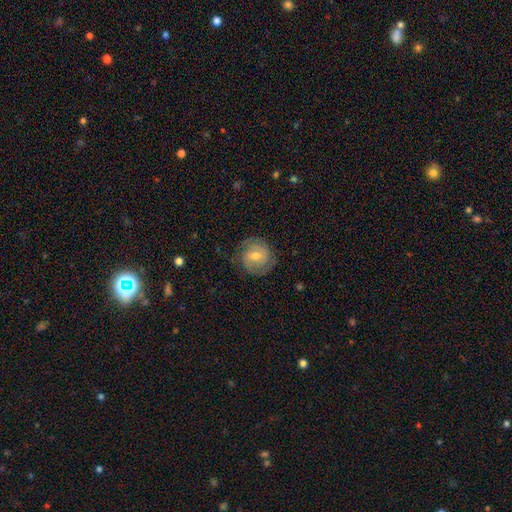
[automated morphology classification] Smooth or featured? featured or disk (72%)
Edge-on disk? no (98%)
Bar? no (47%)
Spiral arms? yes (91%)
Spiral winding? tight (59%)
Spiral arm count? 2 (74%)
Bulge size? moderate (55%)
Merging? none (79%)